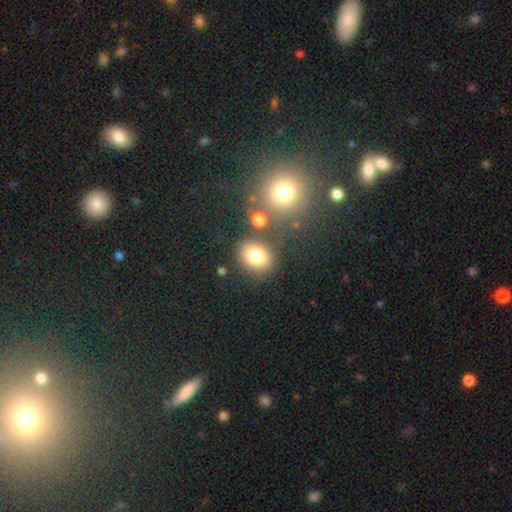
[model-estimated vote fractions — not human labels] smooth_or_featured: smooth (p=0.79) [alt: star or artifact p=0.12]
how_rounded: round (p=0.54) [alt: in between p=0.45]
merging: none (p=0.74) [alt: minor disturbance p=0.11]